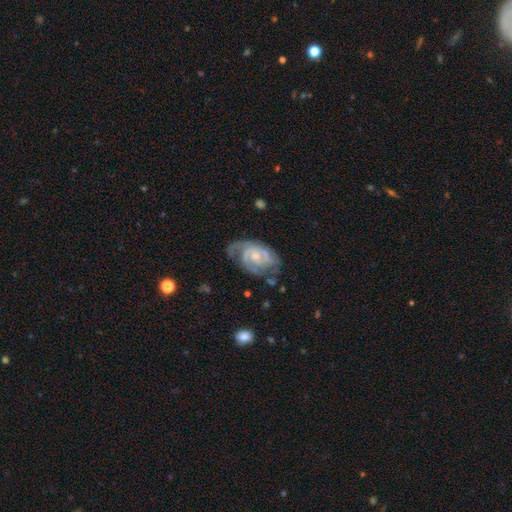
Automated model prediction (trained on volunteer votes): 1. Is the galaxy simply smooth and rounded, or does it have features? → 87% featured or disk, 8% smooth, 5% star or artifact.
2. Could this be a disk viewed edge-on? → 97% no, 3% yes.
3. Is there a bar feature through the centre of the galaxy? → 64% no, 31% weak, 5% strong.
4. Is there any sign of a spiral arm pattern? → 96% yes, 4% no.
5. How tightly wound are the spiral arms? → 57% tight, 36% medium, 8% loose.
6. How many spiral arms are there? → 55% 2, 17% 3, 17% can't tell, 5% 1, 3% 4, 3% more than 4.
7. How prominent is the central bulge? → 54% small, 39% moderate, 4% none, 2% large, 1% dominant.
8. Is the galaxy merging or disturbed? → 61% none, 24% minor disturbance, 13% major disturbance, 2% merger.